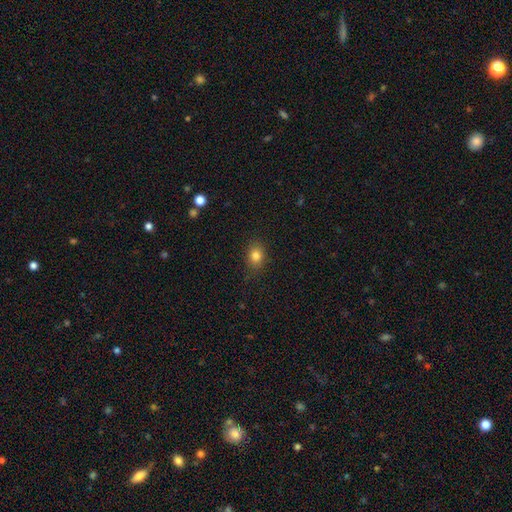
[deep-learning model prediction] smooth_or_featured: smooth (p=0.82) [alt: star or artifact p=0.11]
how_rounded: in between (p=0.55) [alt: round p=0.44]
merging: none (p=0.85) [alt: minor disturbance p=0.11]